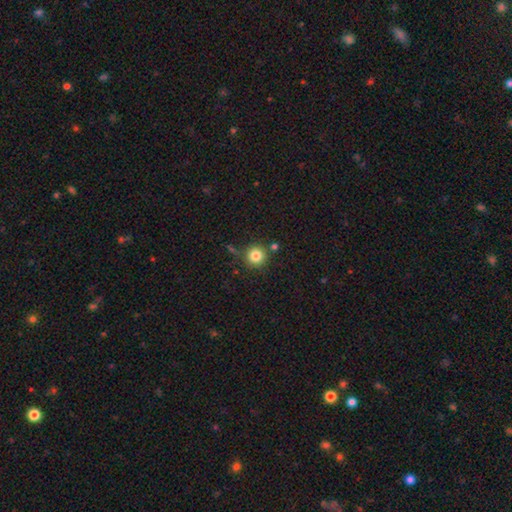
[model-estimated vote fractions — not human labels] The model was most divided on "smooth or featured": smooth: 82%, star or artifact: 12%, featured or disk: 7%. More confident: how rounded — round (94%); merging — none (82%).